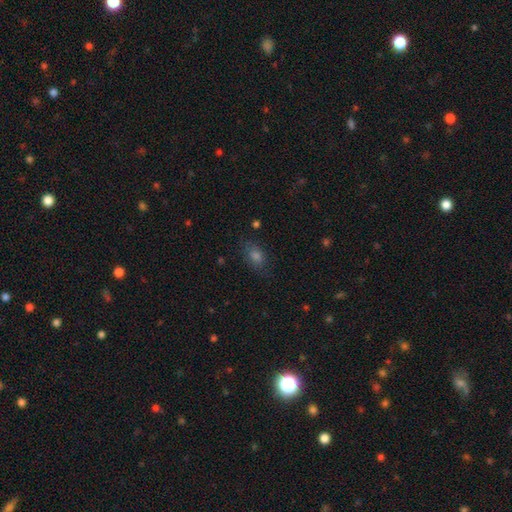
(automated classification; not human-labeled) A smooth galaxy with no disk features (62%) that is in between round and cigar-shaped (74%). Merging: none (79%).